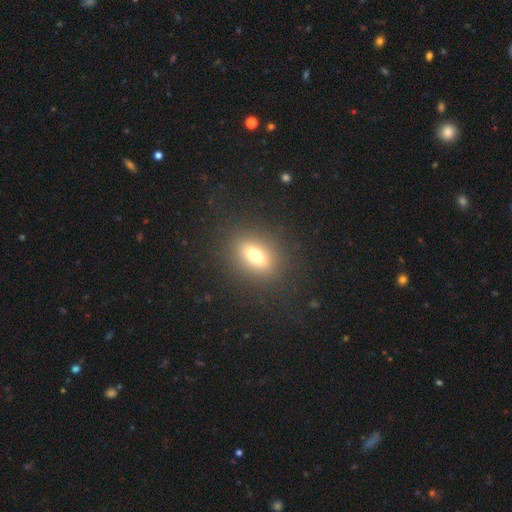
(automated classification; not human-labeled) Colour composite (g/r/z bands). It shows a smooth galaxy with no disk features (67%) that is in between round and cigar-shaped (66%). Merging: none (86%).